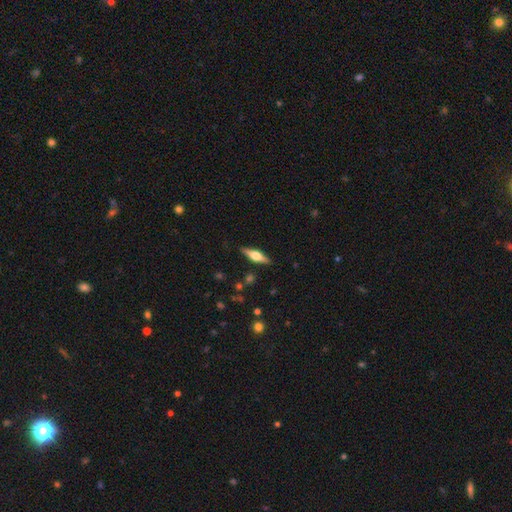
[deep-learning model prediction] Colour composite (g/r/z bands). It shows a featured or disk galaxy (60%) viewed edge-on (95%) with a rounded central bulge (92%). Merging: none (88%).